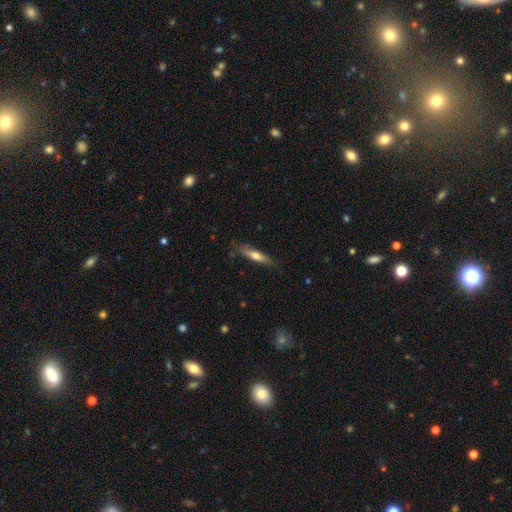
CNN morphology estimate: Smooth or featured? smooth (61%)
How rounded? cigar-shaped (81%)
Merging? none (78%)